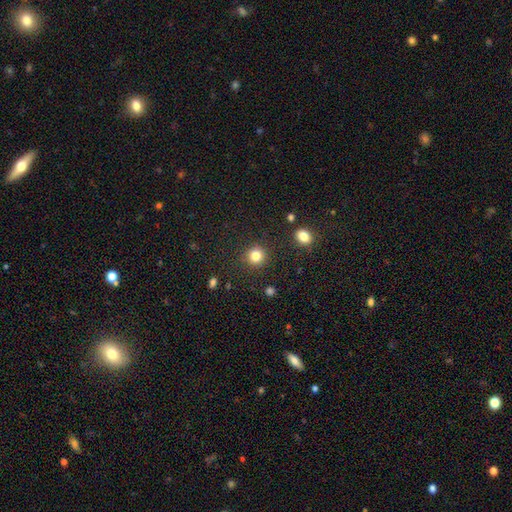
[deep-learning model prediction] Smooth or featured? Predicted: smooth (p=0.84). How rounded? Predicted: round (p=0.92). Merging? Predicted: none (p=0.90).